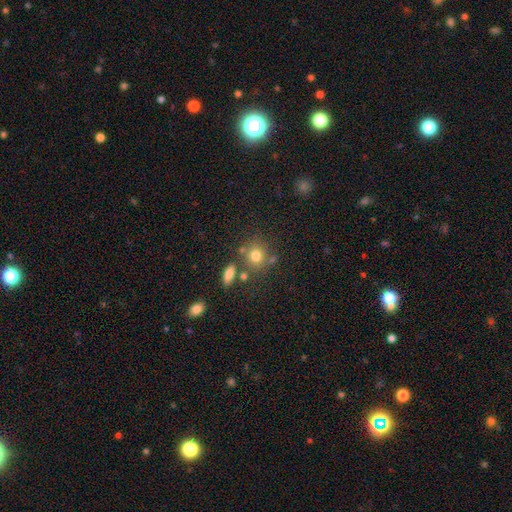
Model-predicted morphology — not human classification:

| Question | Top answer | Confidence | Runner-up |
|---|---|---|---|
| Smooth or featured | smooth | 76% | star or artifact (14%) |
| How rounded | round | 82% | in between (17%) |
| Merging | none | 69% | merger (14%) |